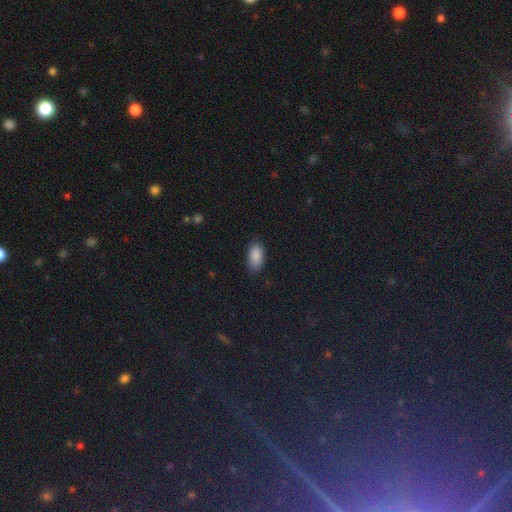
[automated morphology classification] This is clearly a smooth galaxy (89%). How rounded: clearly in between (93%). Merging: clearly none (85%).